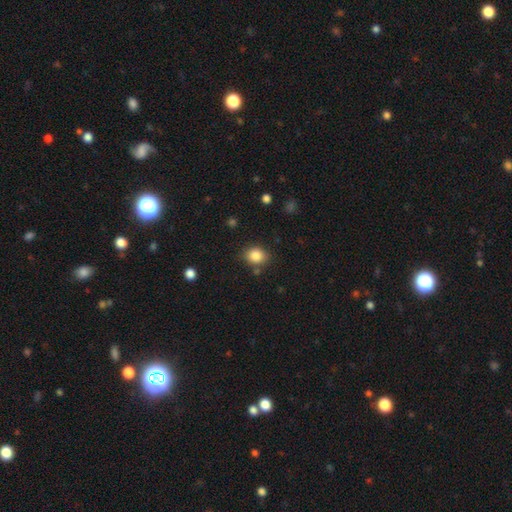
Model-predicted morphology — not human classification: Overall: smooth (85%). How rounded: round (61%; in between 38%). Merging: none (80%).